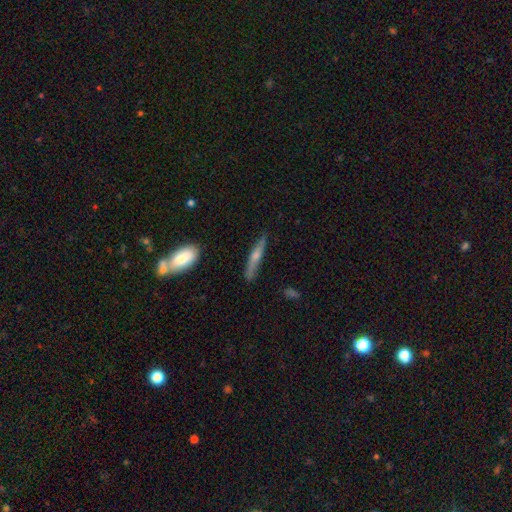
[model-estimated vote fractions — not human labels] A featured or disk galaxy (53%) viewed edge-on (91%).

Vote fractions:
- Smooth or featured? featured or disk: 53% / smooth: 41% / star or artifact: 7%
- Edge-on disk? yes: 91% / no: 9%
- Merging? none: 80% / minor disturbance: 15% / major disturbance: 3% / merger: 2%